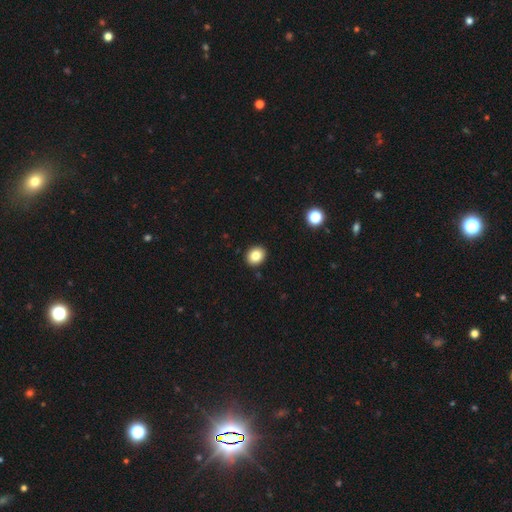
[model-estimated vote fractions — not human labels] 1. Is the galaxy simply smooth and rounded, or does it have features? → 84% smooth, 10% star or artifact, 7% featured or disk.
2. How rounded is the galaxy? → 61% round, 38% in between, 1% cigar-shaped.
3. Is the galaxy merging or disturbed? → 92% none, 5% minor disturbance, 2% major disturbance, 1% merger.